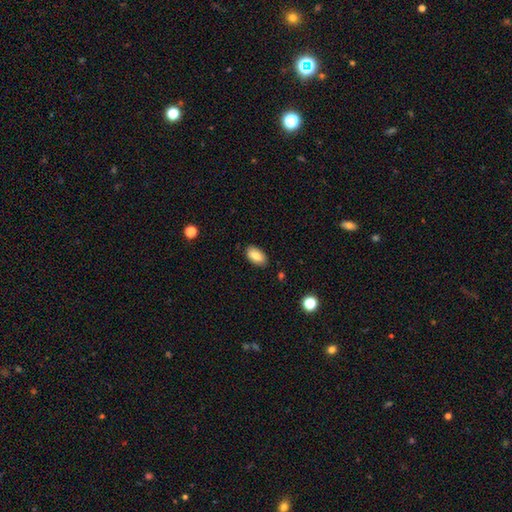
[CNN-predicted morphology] smooth 84%, featured or disk 9%, star or artifact 7%. Down the decision tree: how rounded — in between (93%); merging — none (85%).